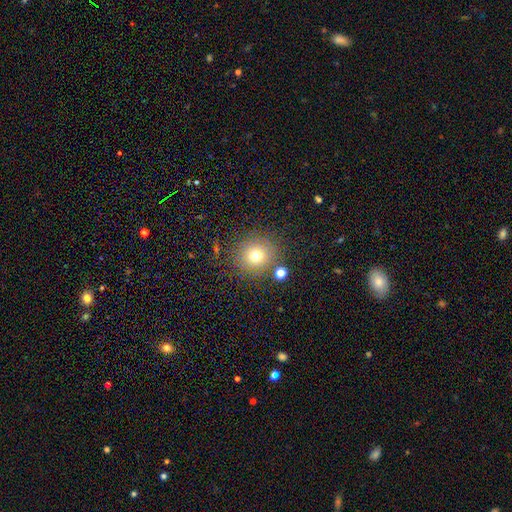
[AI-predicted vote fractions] smooth_or_featured: smooth (p=0.71) [alt: star or artifact p=0.16]
how_rounded: round (p=0.88) [alt: in between p=0.11]
merging: none (p=0.80) [alt: minor disturbance p=0.10]